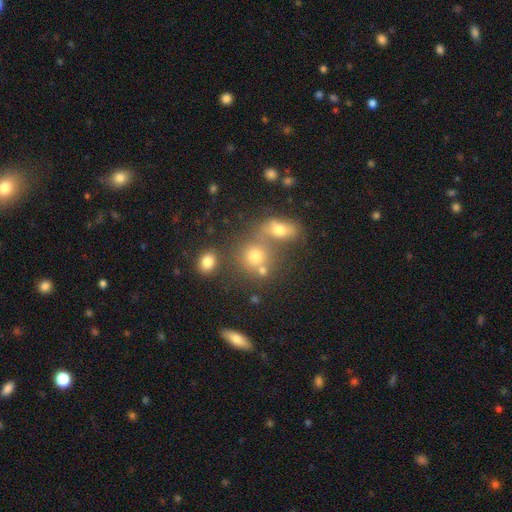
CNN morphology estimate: smooth 66%, star or artifact 19%, featured or disk 16%. Down the decision tree: how rounded — round (67%); merging — none (44%).